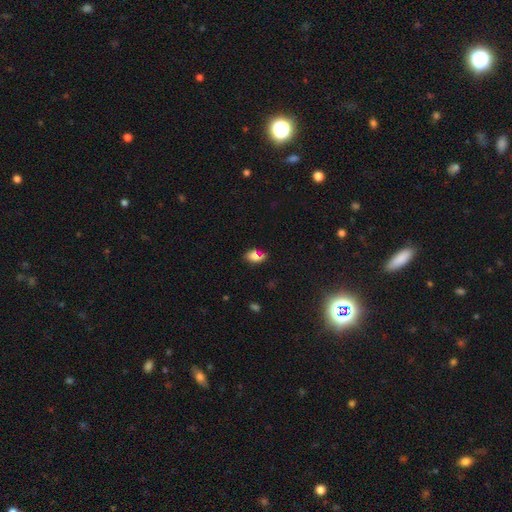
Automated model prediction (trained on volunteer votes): Morphology: type=smooth (71%); roundness=in between (80%); merging=none (46%).